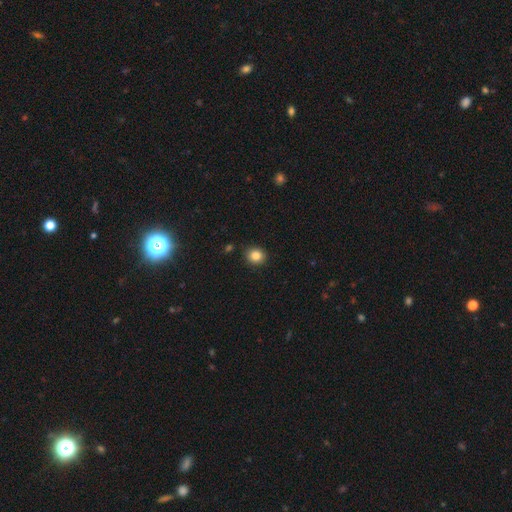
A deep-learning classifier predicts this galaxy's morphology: smooth 85%, star or artifact 10%, featured or disk 5%. Down the decision tree: how rounded — round (77%); merging — none (90%).